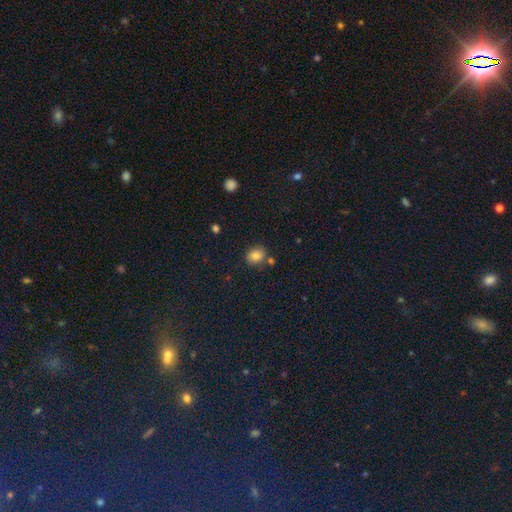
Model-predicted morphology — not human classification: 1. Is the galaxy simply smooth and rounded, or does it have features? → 80% smooth, 12% star or artifact, 7% featured or disk.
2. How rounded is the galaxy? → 60% round, 39% in between, 1% cigar-shaped.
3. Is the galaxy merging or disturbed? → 76% none, 12% minor disturbance, 8% merger, 3% major disturbance.